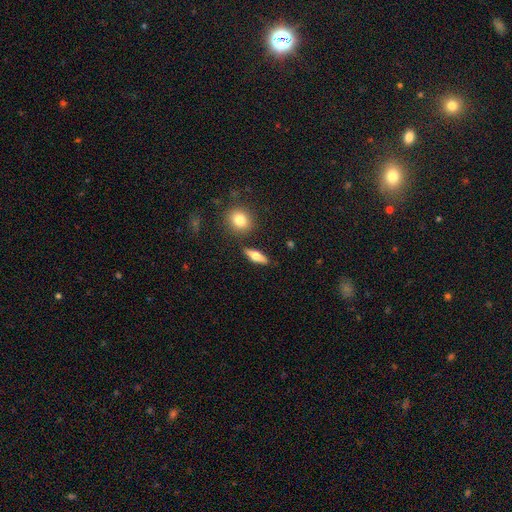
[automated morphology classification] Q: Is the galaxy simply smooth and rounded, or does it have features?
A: smooth — 54%.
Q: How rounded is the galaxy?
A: in between — 54%.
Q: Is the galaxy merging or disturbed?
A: none — 85%.